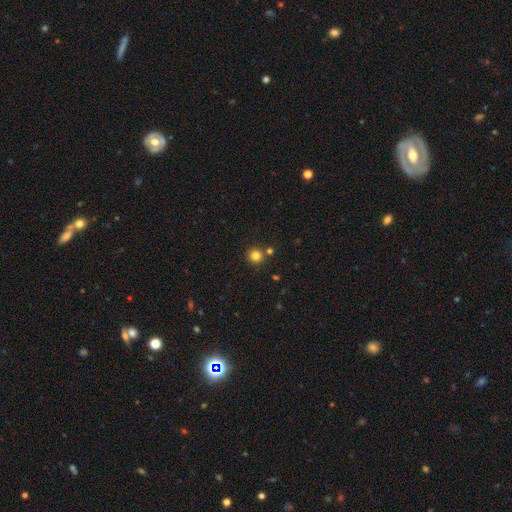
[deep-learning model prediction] Smooth or featured: smooth — 81% (star or artifact — 13%)
How rounded: round — 93% (in between — 6%)
Merging: none — 82% (merger — 9%)